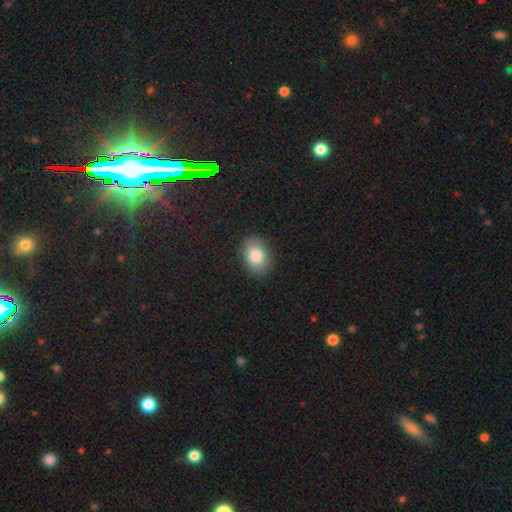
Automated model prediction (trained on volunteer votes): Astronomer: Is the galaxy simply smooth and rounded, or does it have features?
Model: smooth — 83%.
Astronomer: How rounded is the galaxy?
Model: in between — 76%.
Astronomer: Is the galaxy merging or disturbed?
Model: none — 86%.